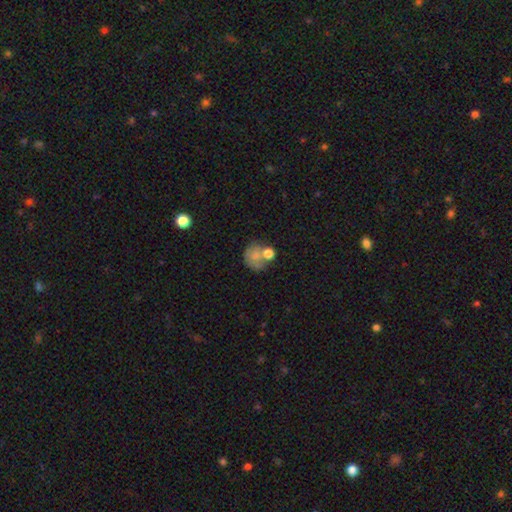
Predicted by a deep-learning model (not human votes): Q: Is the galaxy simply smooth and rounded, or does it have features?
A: smooth — 69%.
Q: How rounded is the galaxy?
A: round — 74%.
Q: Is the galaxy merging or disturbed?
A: none — 39%.